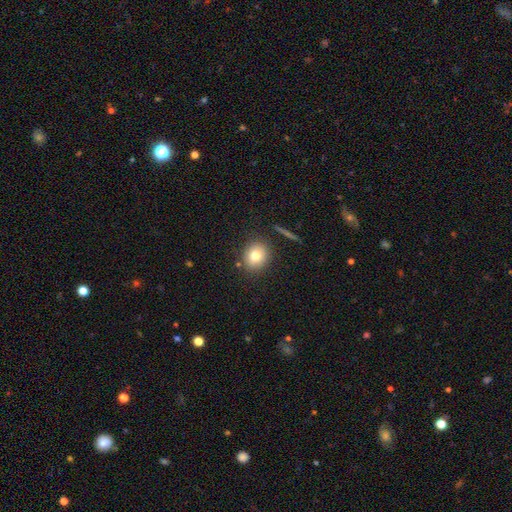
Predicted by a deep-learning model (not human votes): Morphology: type=smooth (77%); roundness=round (74%); merging=none (85%).